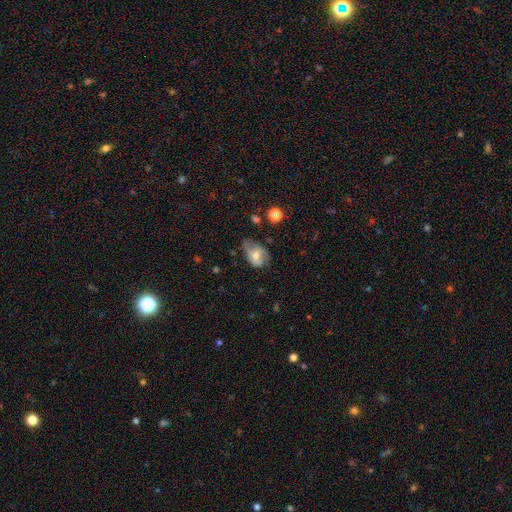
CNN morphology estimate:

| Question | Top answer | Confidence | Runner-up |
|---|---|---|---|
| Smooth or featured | smooth | 49% | featured or disk (41%) |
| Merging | none | 40% | minor disturbance (37%) |